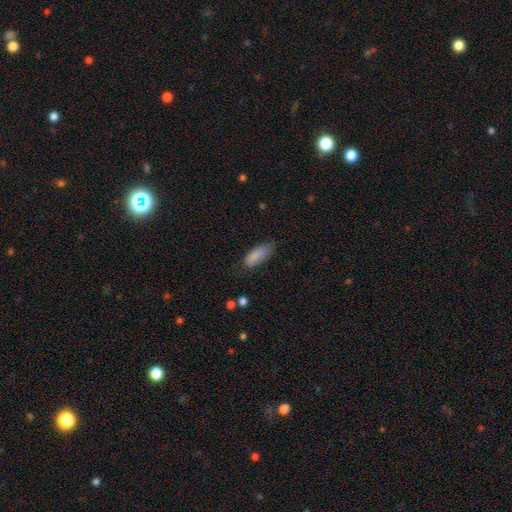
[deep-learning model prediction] The model was most divided on "merging": none: 63%, minor disturbance: 29%, major disturbance: 7%, merger: 2%. More confident: smooth or featured — smooth (85%); how rounded — in between (77%).